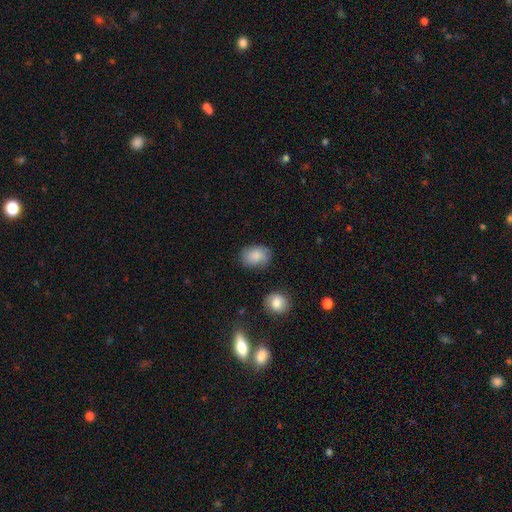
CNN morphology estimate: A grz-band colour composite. It shows a smooth galaxy with no disk features (85%) that is in between round and cigar-shaped (69%). Merging: none (78%).